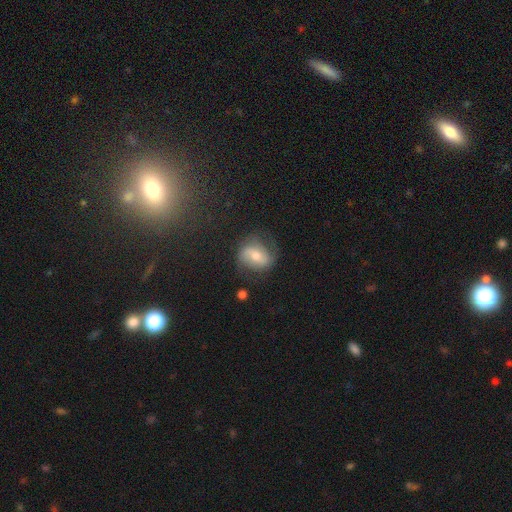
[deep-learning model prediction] smooth_or_featured: featured or disk (p=0.59) [alt: smooth p=0.32]
disk_edge_on: no (p=0.96) [alt: yes p=0.04]
bar: weak (p=0.41) [alt: no p=0.38]
has_spiral_arms: yes (p=0.86) [alt: no p=0.14]
bulge_size: moderate (p=0.61) [alt: small p=0.30]
merging: none (p=0.65) [alt: minor disturbance p=0.21]